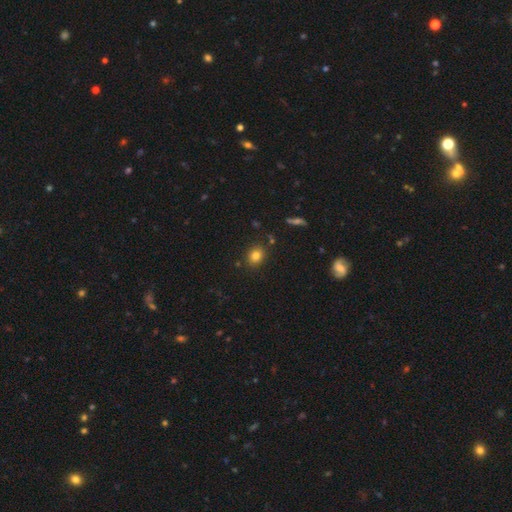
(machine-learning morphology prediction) This appears to be a smooth galaxy with no disk features (81%) that is round (62%). Merging: none (85%).